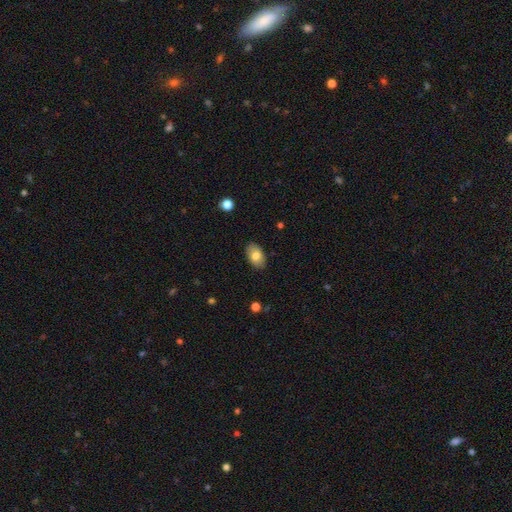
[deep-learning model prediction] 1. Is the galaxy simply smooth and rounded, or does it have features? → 78% smooth, 15% featured or disk, 7% star or artifact.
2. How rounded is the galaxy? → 92% in between, 7% round, 1% cigar-shaped.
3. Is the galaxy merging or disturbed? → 87% none, 10% minor disturbance, 2% major disturbance, 1% merger.